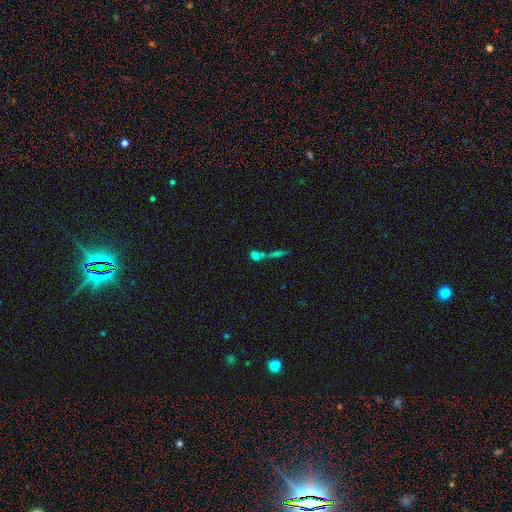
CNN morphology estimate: A smooth galaxy with no disk features (60%) that is round (43%).

Vote fractions:
- Smooth or featured? smooth: 60% / star or artifact: 20% / featured or disk: 20%
- How rounded? round: 43% / in between: 36% / cigar-shaped: 21%
- Merging? merger: 44% / none: 41% / minor disturbance: 8% / major disturbance: 7%